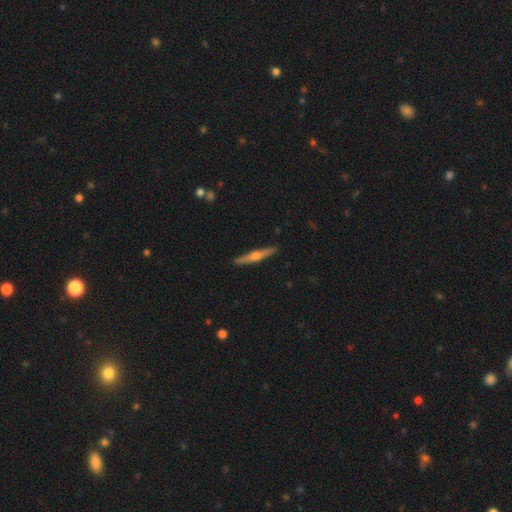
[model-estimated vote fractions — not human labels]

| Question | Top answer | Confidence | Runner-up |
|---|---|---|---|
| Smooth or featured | featured or disk | 66% | smooth (29%) |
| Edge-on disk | yes | 98% | no (2%) |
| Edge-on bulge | rounded | 91% | none (5%) |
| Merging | none | 91% | minor disturbance (6%) |